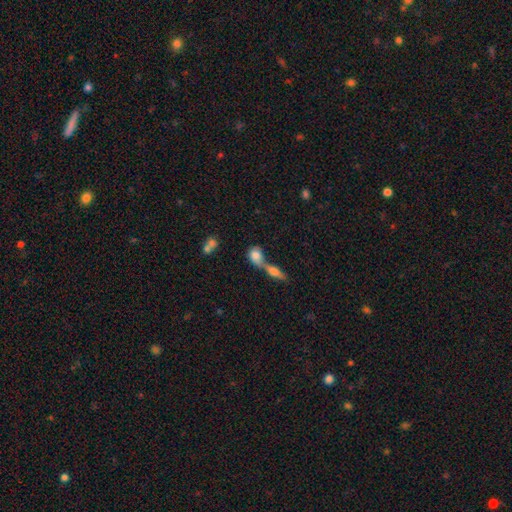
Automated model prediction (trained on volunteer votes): Smooth or featured: smooth — 76% (featured or disk — 16%)
How rounded: in between — 52% (round — 40%)
Merging: merger — 64% (none — 23%)